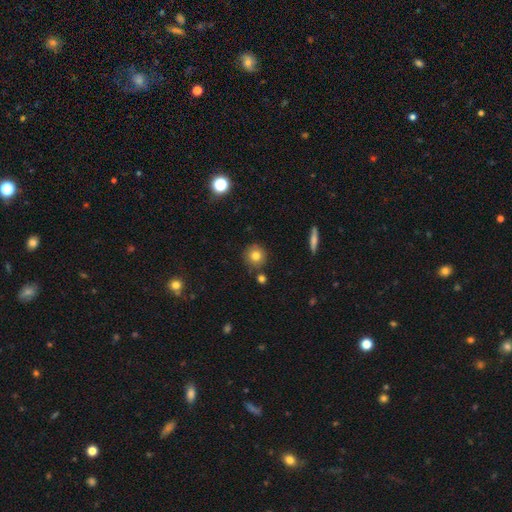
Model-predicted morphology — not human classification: This appears to be a smooth galaxy with no disk features (78%) that is round (92%). Merging: none (83%).